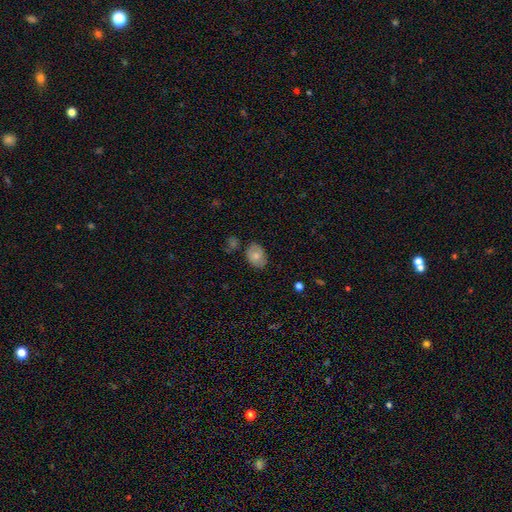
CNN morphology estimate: Smooth or featured?
  - smooth: 68% *
  - featured or disk: 25%
  - star or artifact: 8%
How rounded?
  - in between: 77% *
  - round: 22%
  - cigar-shaped: 1%
Merging?
  - none: 72% *
  - minor disturbance: 19%
  - major disturbance: 4%
  - merger: 4%